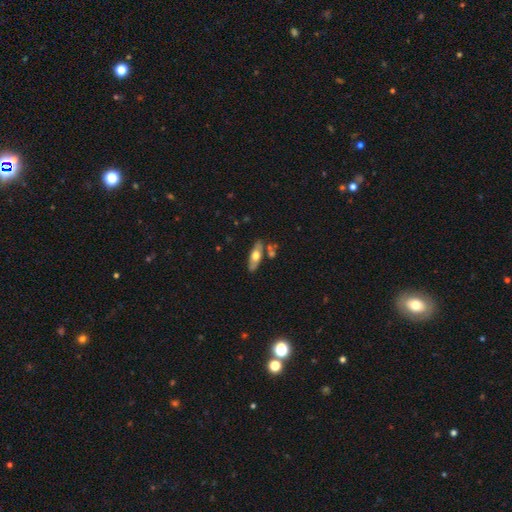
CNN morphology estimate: Smooth or featured?
  - smooth: 49% *
  - featured or disk: 45%
  - star or artifact: 6%
Merging?
  - none: 73% *
  - minor disturbance: 14%
  - merger: 10%
  - major disturbance: 3%